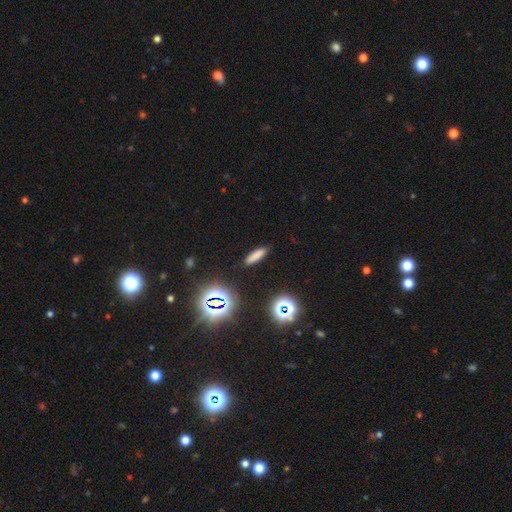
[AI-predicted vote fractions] A smooth galaxy with no disk features (72%) that is cigar-shaped (74%). Merging: none (88%).